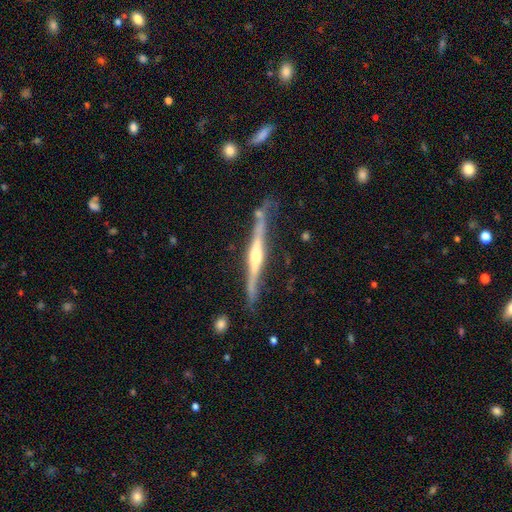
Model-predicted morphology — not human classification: The model was most divided on "merging": none: 77%, minor disturbance: 15%, merger: 4%, major disturbance: 3%. More confident: edge-on disk — yes (98%); smooth or featured — featured or disk (83%); edge-on bulge — rounded (80%).